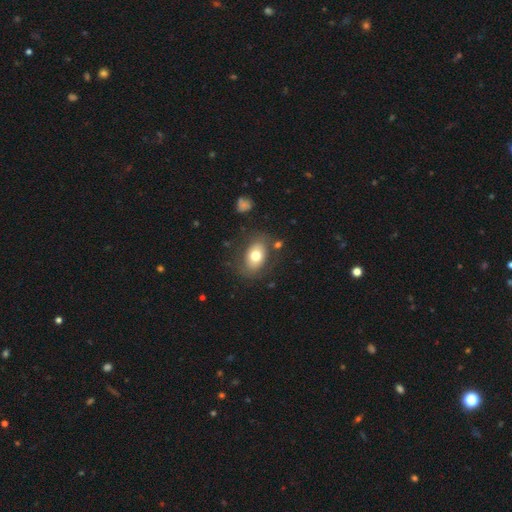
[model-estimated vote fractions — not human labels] Smooth or featured? smooth (73%)
How rounded? in between (83%)
Merging? none (75%)